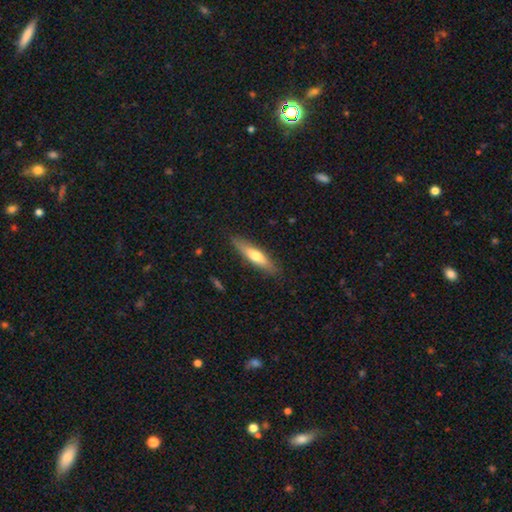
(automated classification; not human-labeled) smooth-or-featured: smooth: 57% | featured or disk: 37% | star or artifact: 6%
  how-rounded: cigar-shaped: 76% | in between: 22% | round: 2%
  merging: none: 85% | minor disturbance: 11% | major disturbance: 2% | merger: 1%